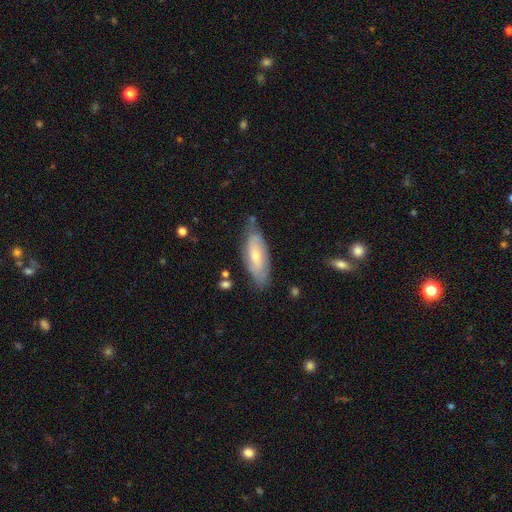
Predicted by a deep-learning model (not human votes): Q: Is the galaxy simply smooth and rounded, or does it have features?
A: smooth — 51%.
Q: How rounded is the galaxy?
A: in between — 69%.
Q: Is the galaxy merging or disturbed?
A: none — 70%.